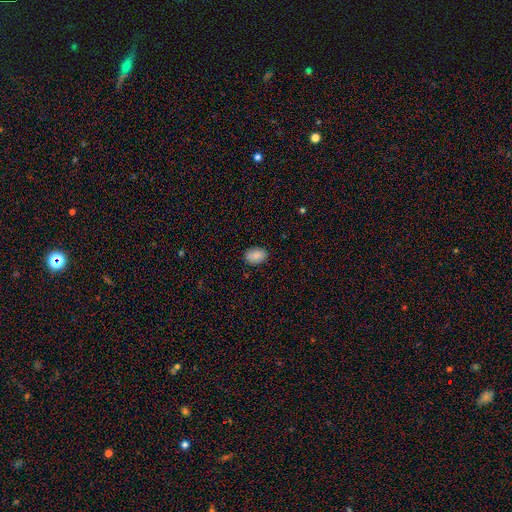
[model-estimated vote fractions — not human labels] Smooth or featured? smooth (87%)
How rounded? in between (85%)
Merging? none (86%)